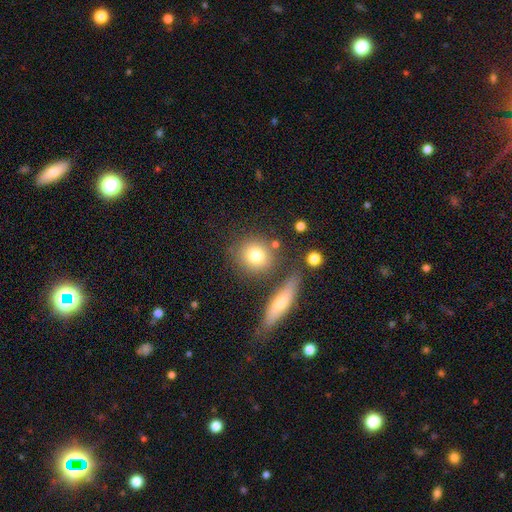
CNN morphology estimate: Q: Smooth or featured?
A: smooth (78%); runner-up: featured or disk (13%)
Q: How rounded?
A: round (81%); runner-up: in between (16%)
Q: Merging?
A: none (75%); runner-up: merger (11%)